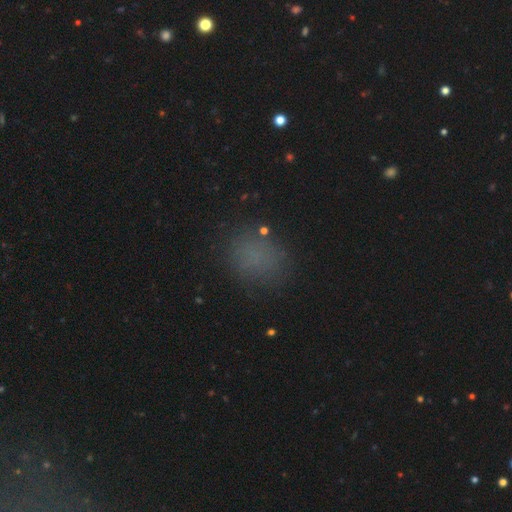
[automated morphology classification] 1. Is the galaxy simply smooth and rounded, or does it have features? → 71% smooth, 21% star or artifact, 7% featured or disk.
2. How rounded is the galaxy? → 68% round, 30% in between, 1% cigar-shaped.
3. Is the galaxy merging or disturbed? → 82% none, 11% minor disturbance, 5% major disturbance, 2% merger.